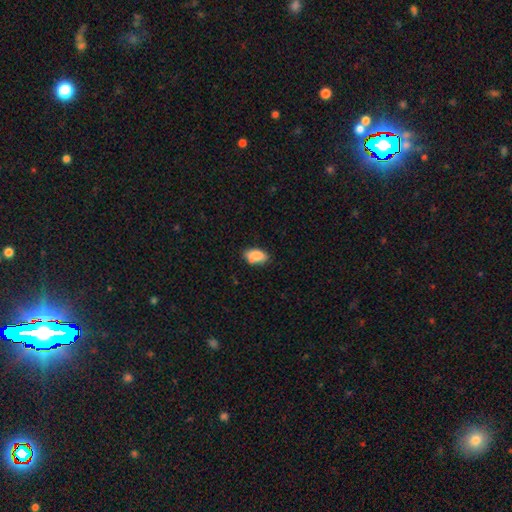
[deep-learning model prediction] This appears to be a smooth galaxy with no disk features (84%) that is in between round and cigar-shaped (91%). Merging: none (65%).